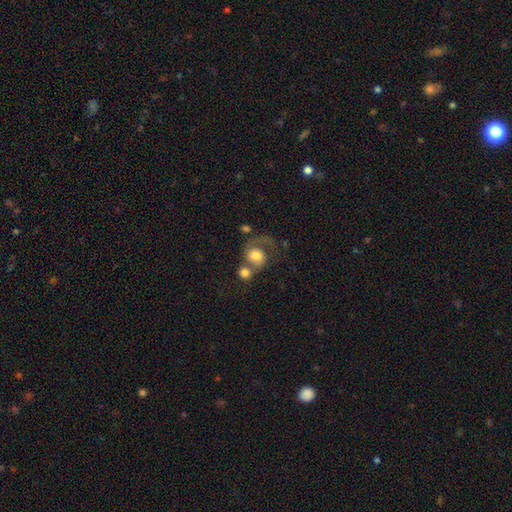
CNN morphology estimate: type=smooth (53%); roundness=round (69%); merging=merger (50%).